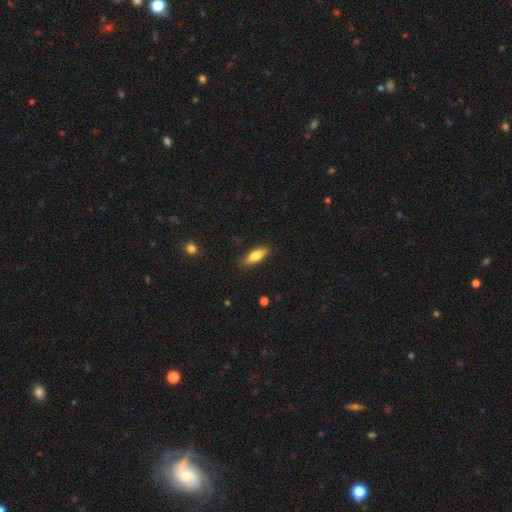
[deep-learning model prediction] smooth 77%, featured or disk 17%, star or artifact 6%. Down the decision tree: how rounded — in between (65%); merging — none (86%).